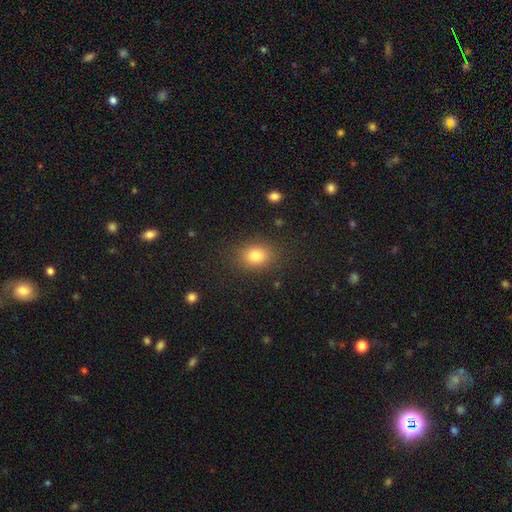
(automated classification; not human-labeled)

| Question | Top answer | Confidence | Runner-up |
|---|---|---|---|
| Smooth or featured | smooth | 82% | star or artifact (11%) |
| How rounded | in between | 58% | round (41%) |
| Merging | none | 85% | minor disturbance (10%) |